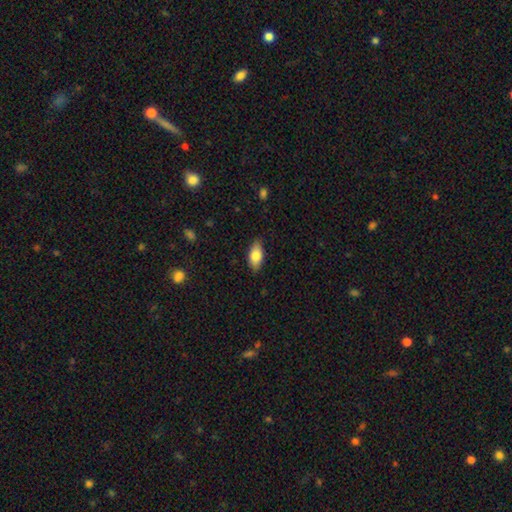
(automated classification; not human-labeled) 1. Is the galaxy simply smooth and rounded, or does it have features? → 81% smooth, 13% featured or disk, 7% star or artifact.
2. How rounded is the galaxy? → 91% in between, 6% cigar-shaped, 3% round.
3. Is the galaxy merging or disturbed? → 83% none, 13% minor disturbance, 2% major disturbance, 1% merger.